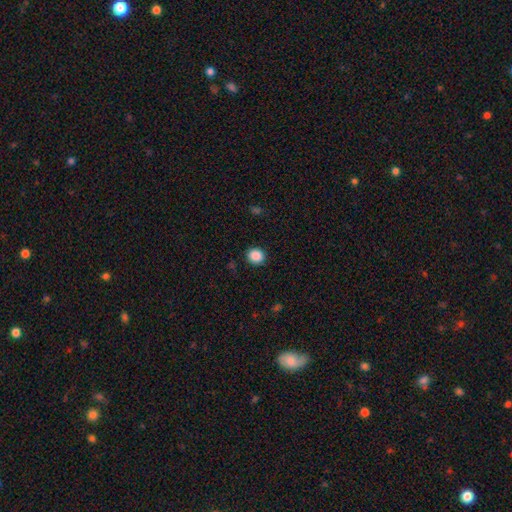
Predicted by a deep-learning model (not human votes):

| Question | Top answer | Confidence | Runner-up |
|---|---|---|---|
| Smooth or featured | smooth | 88% | star or artifact (9%) |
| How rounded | round | 87% | in between (12%) |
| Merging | none | 90% | minor disturbance (6%) |